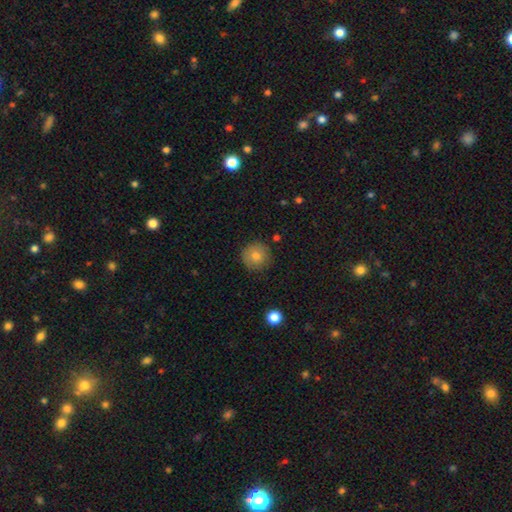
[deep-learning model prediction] A smooth galaxy with no disk features (77%) that is round (95%). Merging: none (87%).